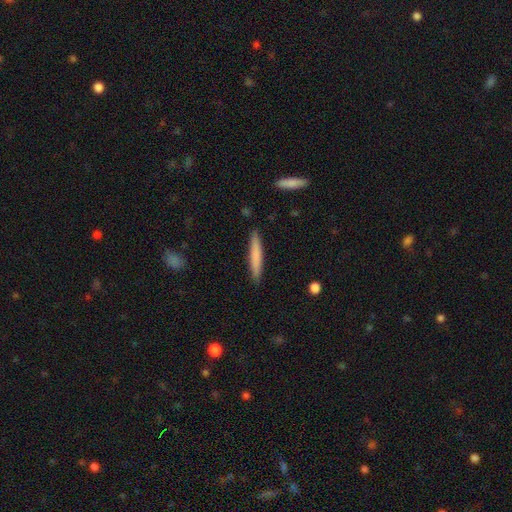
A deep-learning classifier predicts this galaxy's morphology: Smooth or featured: smooth — 73% (featured or disk — 21%)
How rounded: cigar-shaped — 94% (in between — 4%)
Merging: none — 90% (minor disturbance — 7%)